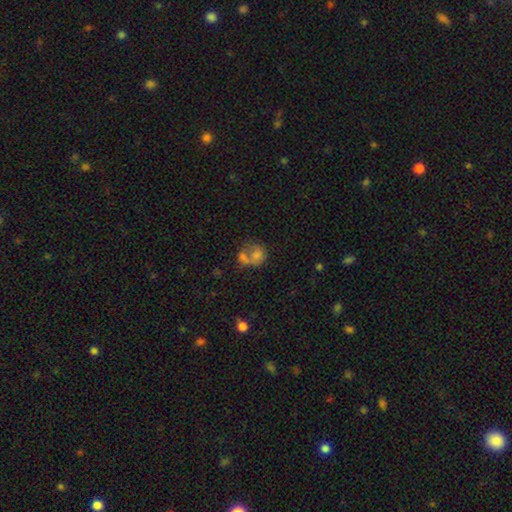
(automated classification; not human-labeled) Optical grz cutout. It shows a smooth galaxy with no disk features (59%) that is round (62%). Merging: merger (41%).